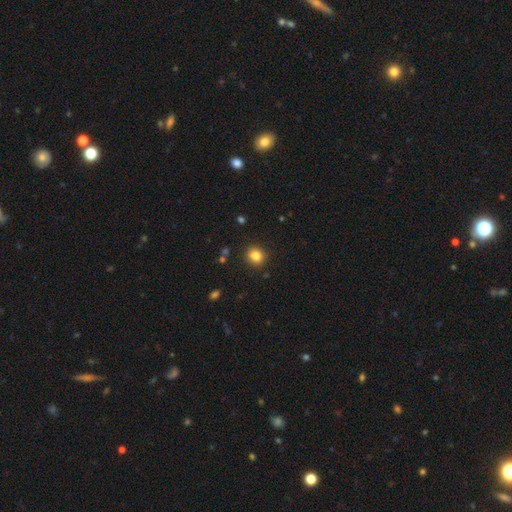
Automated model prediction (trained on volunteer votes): A smooth galaxy with no disk features (83%) that is round (84%). Merging: none (89%).